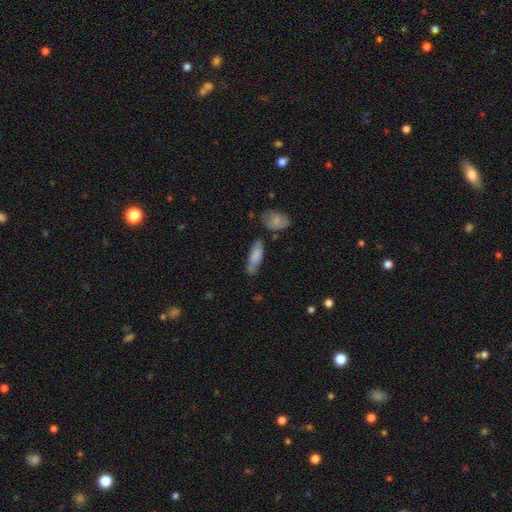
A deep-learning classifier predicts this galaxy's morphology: Smooth or featured: smooth — 78% (featured or disk — 15%)
How rounded: in between — 52% (cigar-shaped — 46%)
Merging: none — 62% (minor disturbance — 23%)